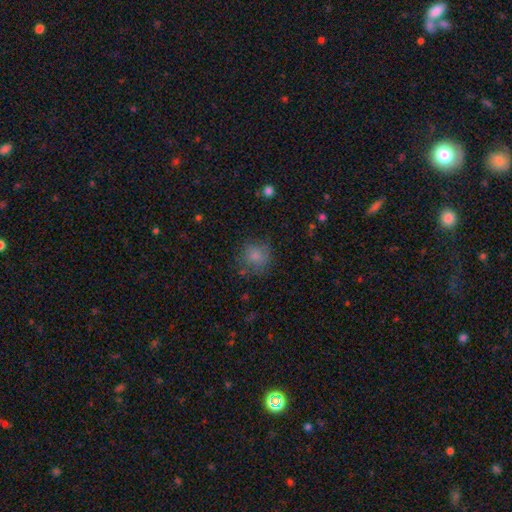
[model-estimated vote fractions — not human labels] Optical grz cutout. It shows a smooth galaxy with no disk features (80%) that is round (88%). Merging: none (74%).